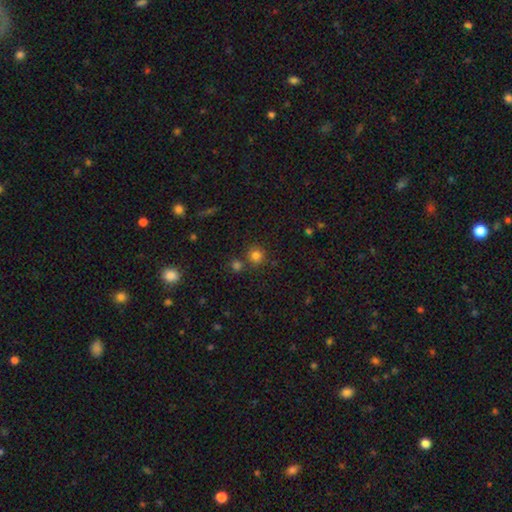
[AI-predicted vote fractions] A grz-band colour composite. It shows a smooth galaxy with no disk features (79%) that is round (91%). Merging: none (73%).